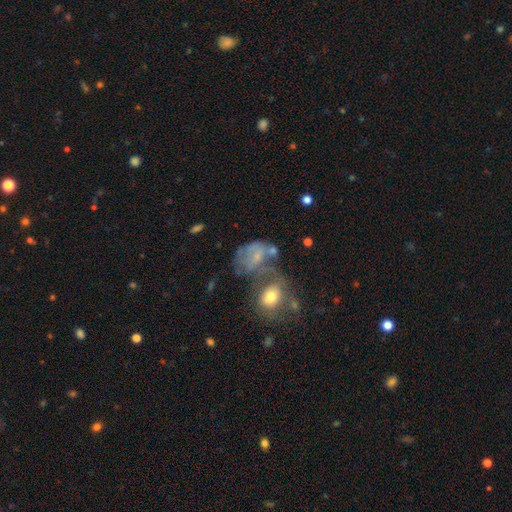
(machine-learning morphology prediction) A featured or disk galaxy (46%).

Vote fractions:
- Smooth or featured? featured or disk: 46% / smooth: 41% / star or artifact: 13%
- Merging? merger: 34% / major disturbance: 25% / none: 24% / minor disturbance: 17%